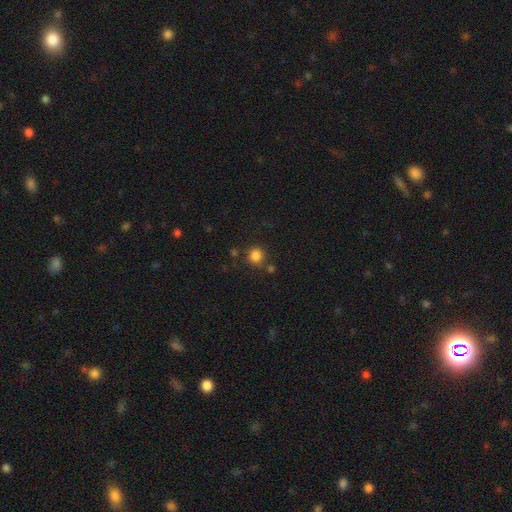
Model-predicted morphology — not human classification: A smooth galaxy with no disk features (83%) that is round (91%). Merging: none (80%).